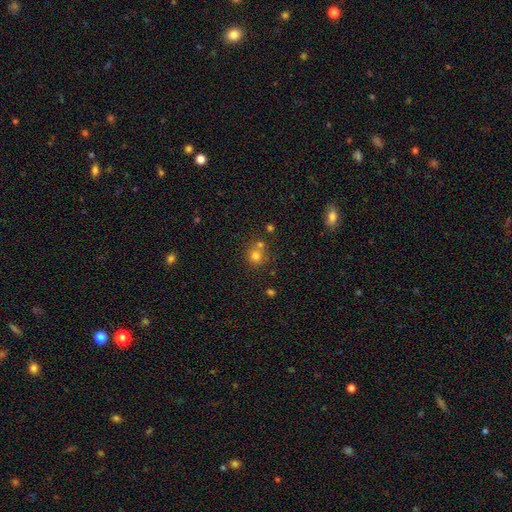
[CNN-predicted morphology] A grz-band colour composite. It shows a smooth galaxy with no disk features (75%) that is round (87%). Merging: none (58%).